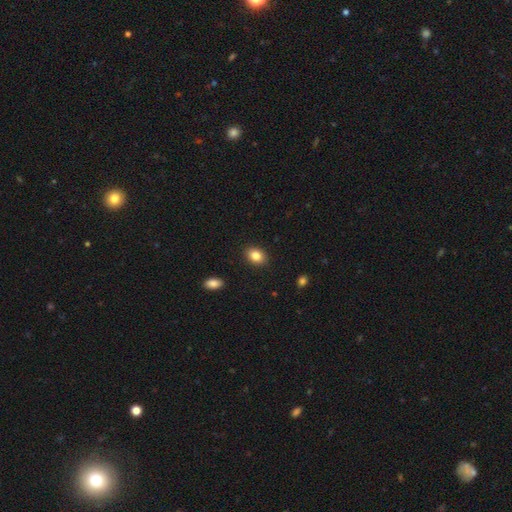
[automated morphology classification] The model was most divided on "how rounded": in between: 67%, round: 32%, cigar-shaped: 1%. More confident: merging — none (90%); smooth or featured — smooth (84%).